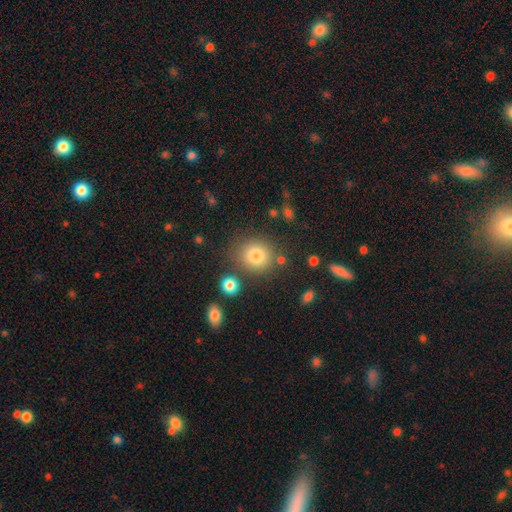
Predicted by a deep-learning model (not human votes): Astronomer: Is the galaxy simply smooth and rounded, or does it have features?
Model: smooth — 81%.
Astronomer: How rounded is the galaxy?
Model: round — 82%.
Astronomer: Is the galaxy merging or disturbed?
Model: none — 77%.